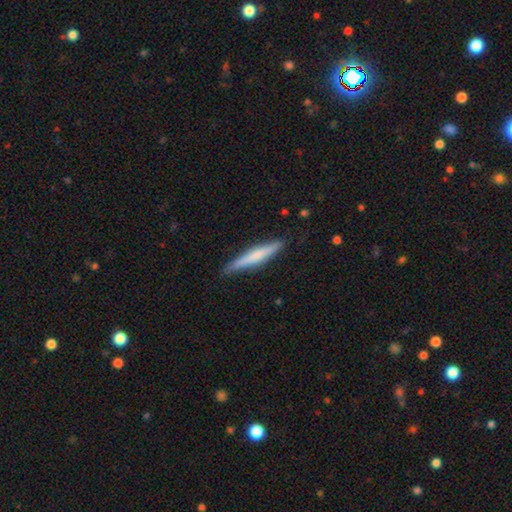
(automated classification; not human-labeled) A smooth galaxy with no disk features (57%) that is cigar-shaped (94%).

Vote fractions:
- Smooth or featured? smooth: 57% / featured or disk: 37% / star or artifact: 5%
- How rounded? cigar-shaped: 94% / in between: 5% / round: 1%
- Merging? none: 87% / minor disturbance: 10% / major disturbance: 2% / merger: 1%